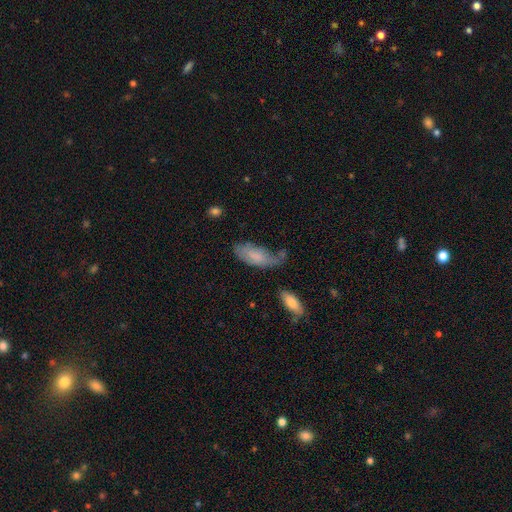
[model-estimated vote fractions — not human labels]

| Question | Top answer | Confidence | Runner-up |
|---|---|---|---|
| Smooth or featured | smooth | 69% | featured or disk (24%) |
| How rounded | in between | 87% | cigar-shaped (11%) |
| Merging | minor disturbance | 35% | tied: none (35%) |